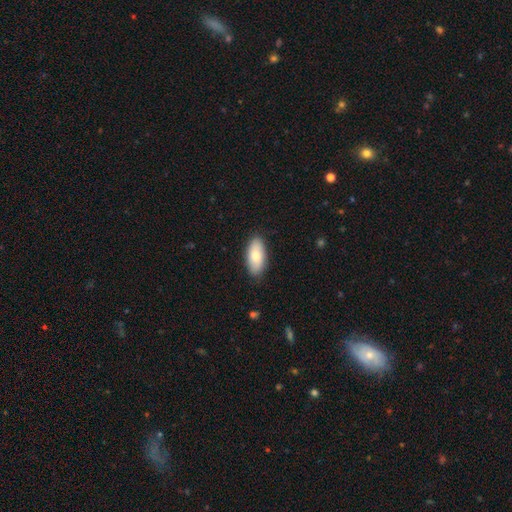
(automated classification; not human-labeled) A smooth galaxy with no disk features (80%) that is in between round and cigar-shaped (91%). Merging: none (86%).